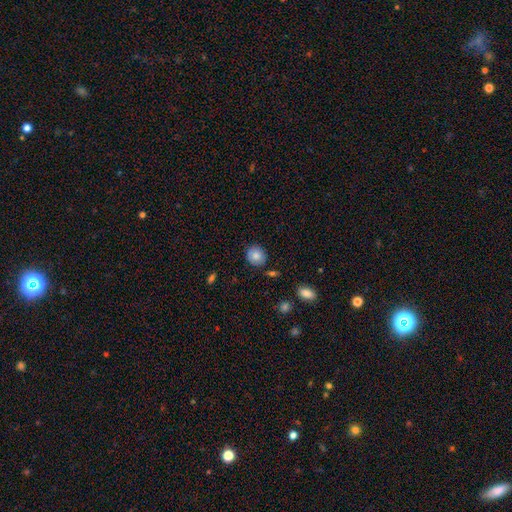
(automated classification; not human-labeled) A smooth galaxy with no disk features (81%) that is round (83%). Merging: none (85%).